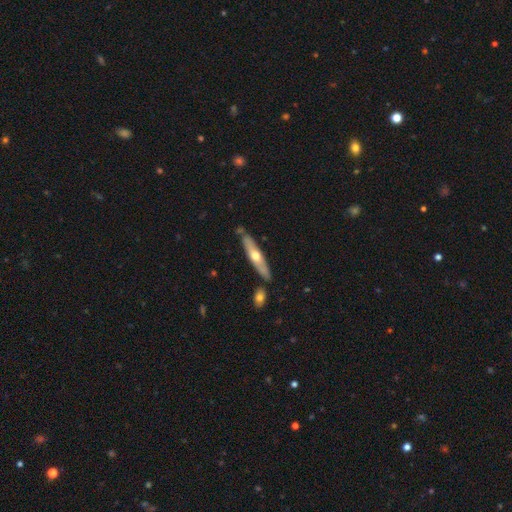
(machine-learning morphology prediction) Smooth or featured? featured or disk (53%)
Edge-on disk? yes (79%)
Merging? none (79%)